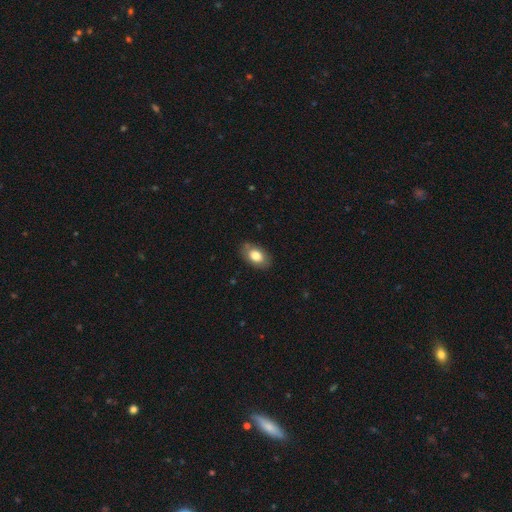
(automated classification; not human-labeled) Smooth or featured? Predicted: smooth (p=0.78). How rounded? Predicted: in between (p=0.90). Merging? Predicted: none (p=0.81).